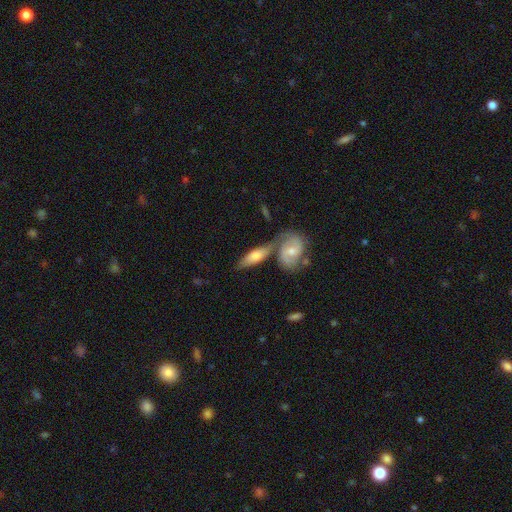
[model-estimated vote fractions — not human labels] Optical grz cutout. It shows a smooth galaxy with no disk features (48%). Merging: none (44%).